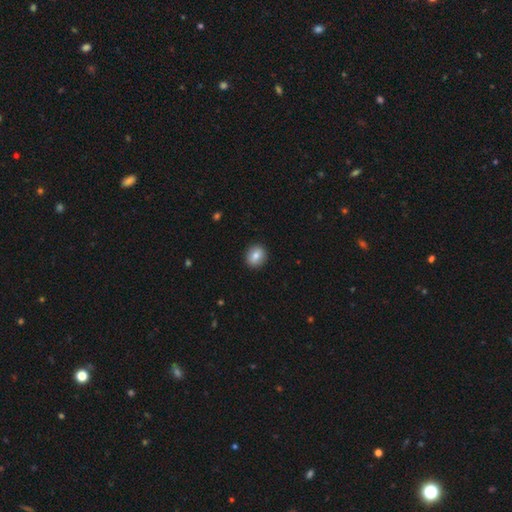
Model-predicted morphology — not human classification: This appears to be a smooth galaxy with no disk features (80%) that is round (73%). Merging: none (91%).